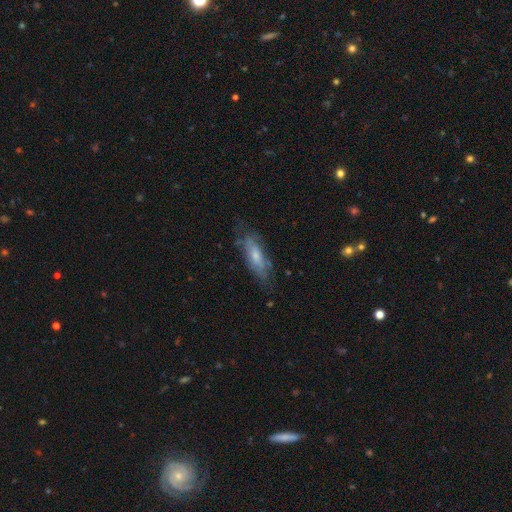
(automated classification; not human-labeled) A featured or disk galaxy (47%).

Vote fractions:
- Smooth or featured? featured or disk: 47% / smooth: 46% / star or artifact: 7%
- Merging? none: 60% / minor disturbance: 26% / major disturbance: 12% / merger: 2%